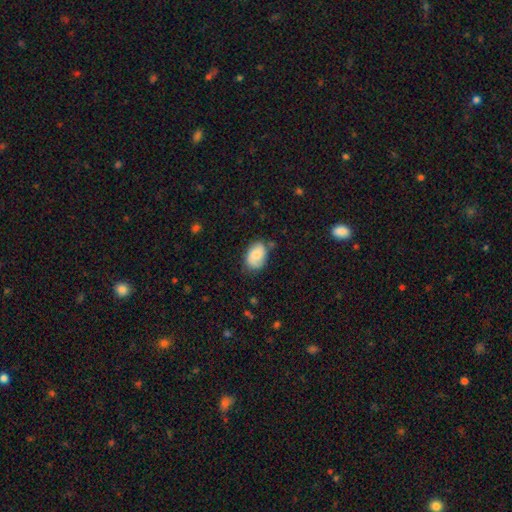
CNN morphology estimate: This appears to be a smooth galaxy with no disk features (68%) that is in between round and cigar-shaped (83%). Merging: none (65%).